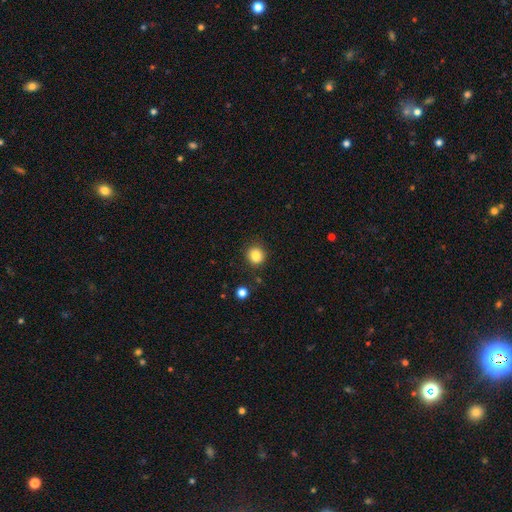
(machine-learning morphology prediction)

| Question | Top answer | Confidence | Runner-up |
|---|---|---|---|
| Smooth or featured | smooth | 85% | star or artifact (11%) |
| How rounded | round | 84% | in between (15%) |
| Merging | none | 85% | minor disturbance (10%) |